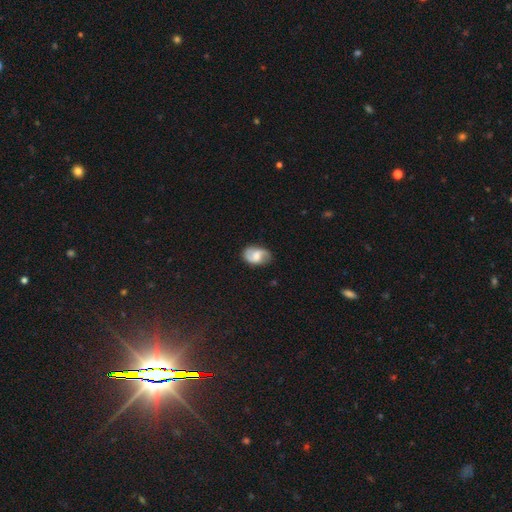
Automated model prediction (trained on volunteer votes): Smooth or featured?
  - featured or disk: 53% *
  - smooth: 39%
  - star or artifact: 8%
Edge-on disk?
  - no: 97% *
  - yes: 3%
Bar?
  - weak: 48% *
  - no: 39%
  - strong: 13%
Spiral arms?
  - yes: 88% *
  - no: 12%
Bulge size?
  - moderate: 44% *
  - small: 23%
  - large: 17%
  - none: 14%
  - dominant: 2%
Merging?
  - none: 73% *
  - minor disturbance: 20%
  - major disturbance: 5%
  - merger: 2%